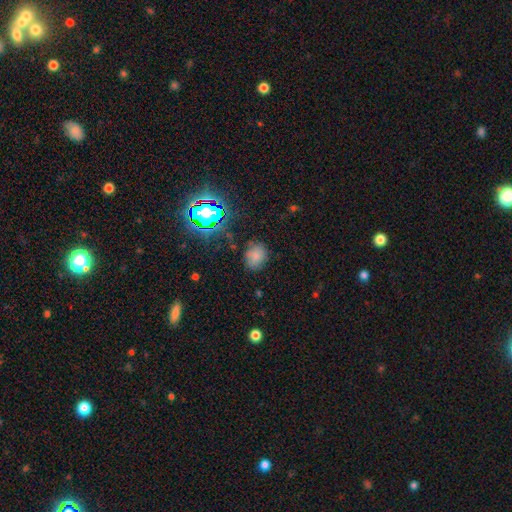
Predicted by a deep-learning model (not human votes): This is likely a smooth galaxy (71%). How rounded: possibly in between (51%). Merging: likely none (76%).